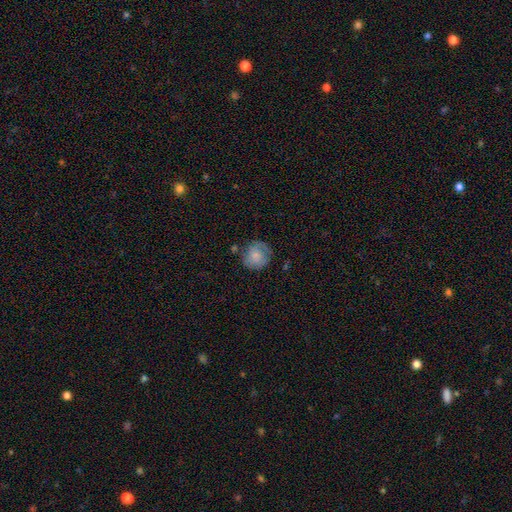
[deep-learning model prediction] This is likely a smooth galaxy (71%). How rounded: clearly round (87%). Merging: likely none (64%).